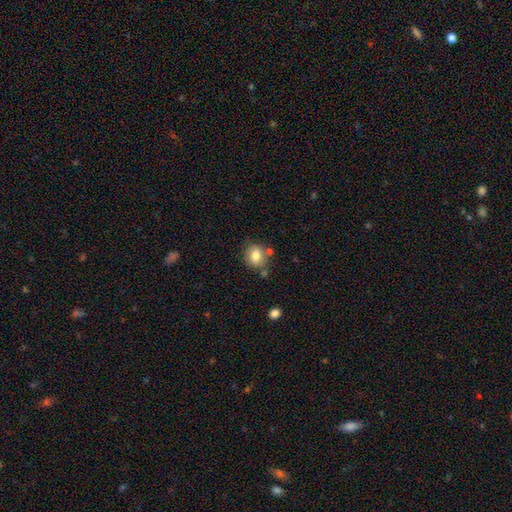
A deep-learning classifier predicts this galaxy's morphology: Smooth or featured? smooth (79%)
How rounded? round (59%)
Merging? none (70%)